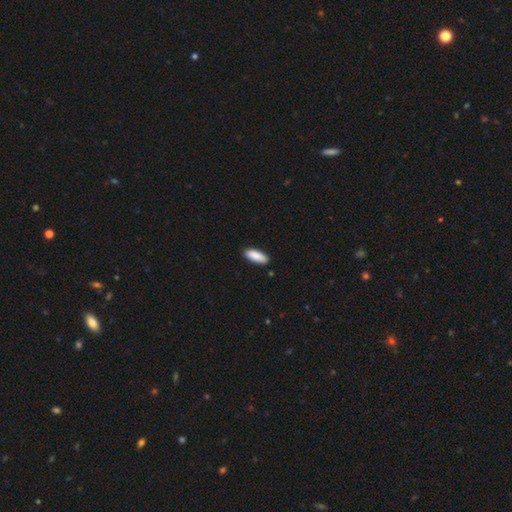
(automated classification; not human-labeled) The model was most divided on "how rounded": in between: 67%, cigar-shaped: 31%, round: 2%. More confident: smooth or featured — smooth (89%); merging — none (88%).